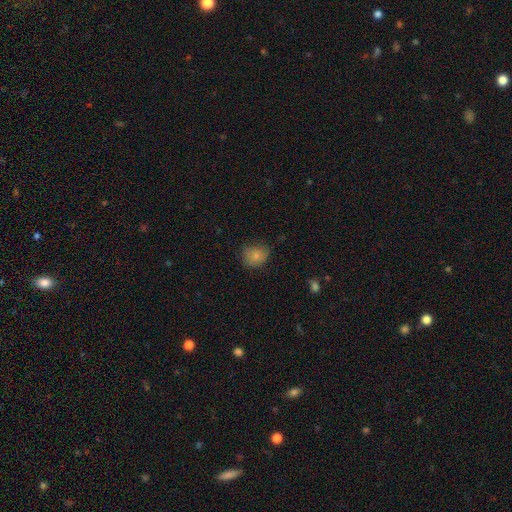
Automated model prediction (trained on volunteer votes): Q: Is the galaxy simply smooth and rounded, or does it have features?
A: smooth — 79%.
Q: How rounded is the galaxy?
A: round — 63%.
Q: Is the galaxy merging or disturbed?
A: none — 63%.